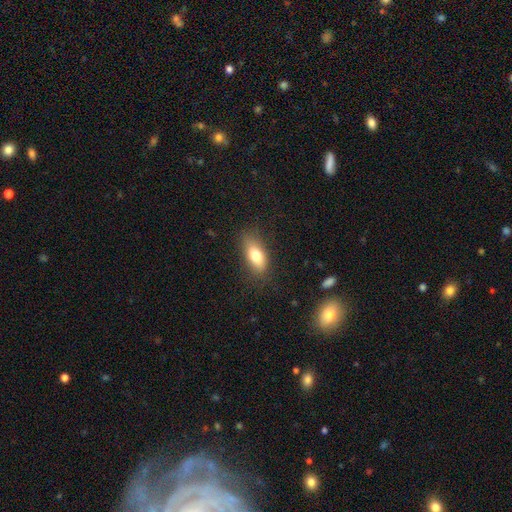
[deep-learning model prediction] smooth 76%, featured or disk 16%, star or artifact 8%. Down the decision tree: how rounded — in between (82%); merging — none (78%).